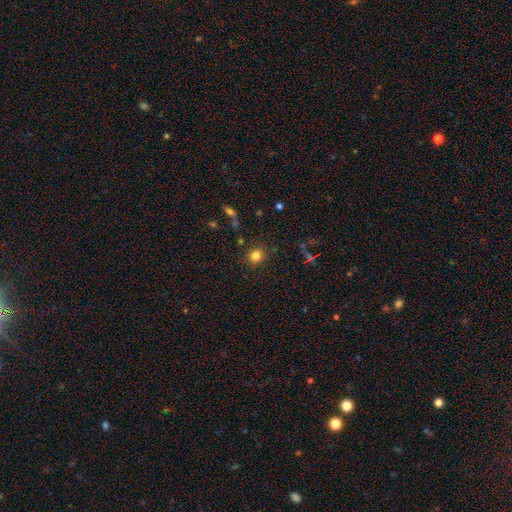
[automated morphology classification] A smooth galaxy with no disk features (81%) that is round (85%). Merging: none (87%).